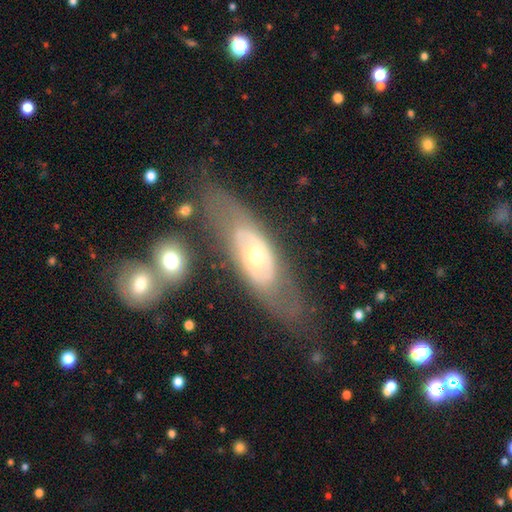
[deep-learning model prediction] This appears to be a featured or disk galaxy (66%) with no bar (82%), no spiral arms (64%) and a moderate central bulge (55%). Merging: none (61%).